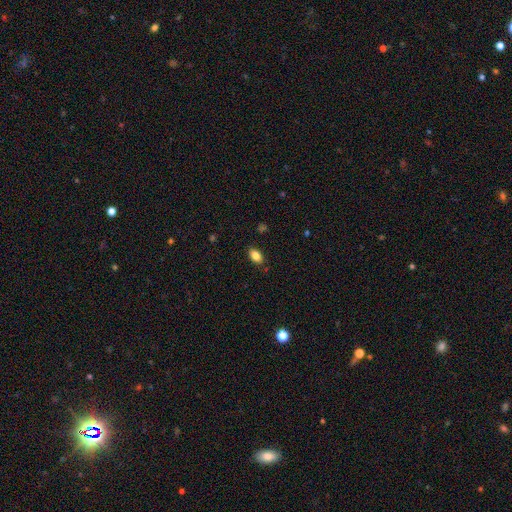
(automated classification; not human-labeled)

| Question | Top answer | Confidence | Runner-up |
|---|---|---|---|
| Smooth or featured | smooth | 84% | star or artifact (9%) |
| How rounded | in between | 89% | round (8%) |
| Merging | none | 86% | minor disturbance (10%) |